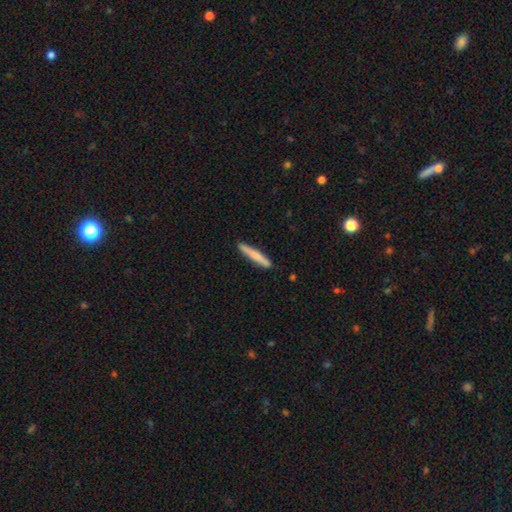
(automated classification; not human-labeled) This is likely a smooth galaxy (73%). How rounded: clearly cigar-shaped (95%). Merging: clearly none (88%).